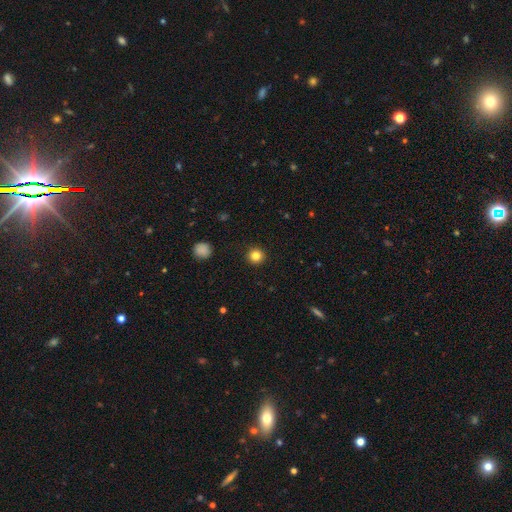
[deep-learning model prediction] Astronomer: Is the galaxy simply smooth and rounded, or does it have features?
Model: smooth — 83%.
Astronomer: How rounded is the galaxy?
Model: round — 95%.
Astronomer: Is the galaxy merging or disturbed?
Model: none — 92%.